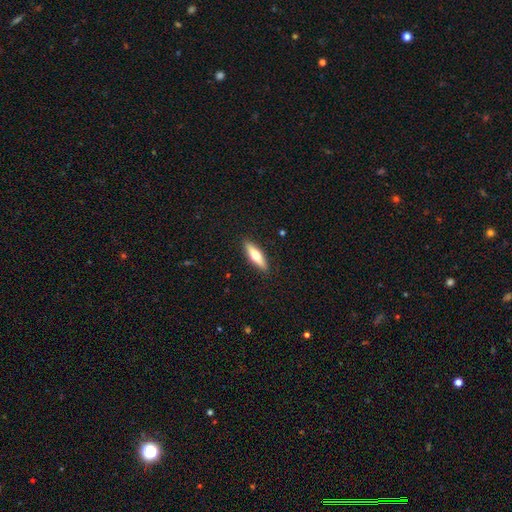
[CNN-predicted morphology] This is possibly a smooth galaxy (51%). How rounded: likely cigar-shaped (67%). Merging: clearly none (91%).